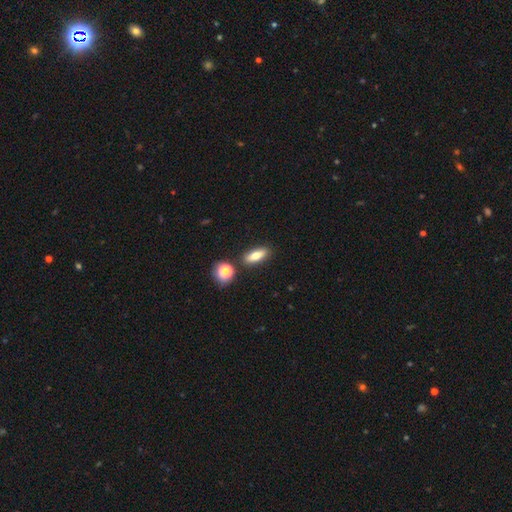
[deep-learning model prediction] smooth-or-featured: smooth: 74% | featured or disk: 18% | star or artifact: 8%
  how-rounded: in between: 64% | cigar-shaped: 30% | round: 7%
  merging: none: 81% | minor disturbance: 9% | merger: 8% | major disturbance: 3%